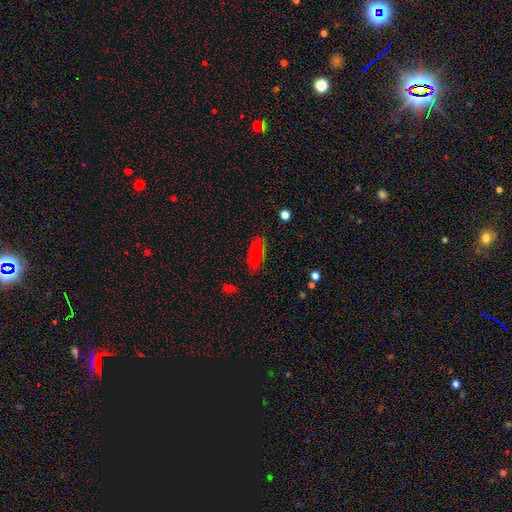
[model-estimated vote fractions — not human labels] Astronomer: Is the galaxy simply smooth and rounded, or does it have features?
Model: smooth — 71%.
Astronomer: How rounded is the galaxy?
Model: in between — 81%.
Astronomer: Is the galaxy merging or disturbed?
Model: none — 75%.